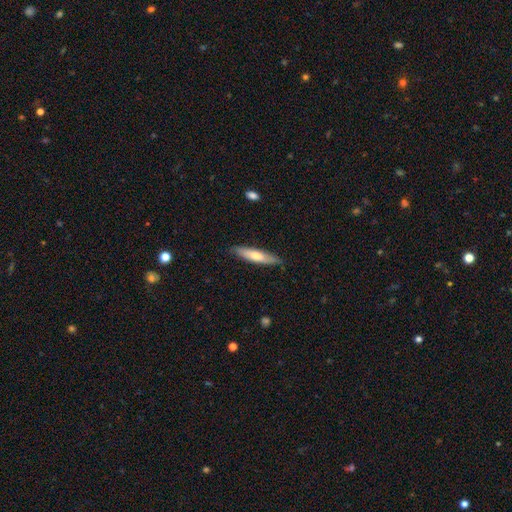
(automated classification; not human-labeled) Smooth or featured? smooth (61%)
How rounded? cigar-shaped (79%)
Merging? none (84%)